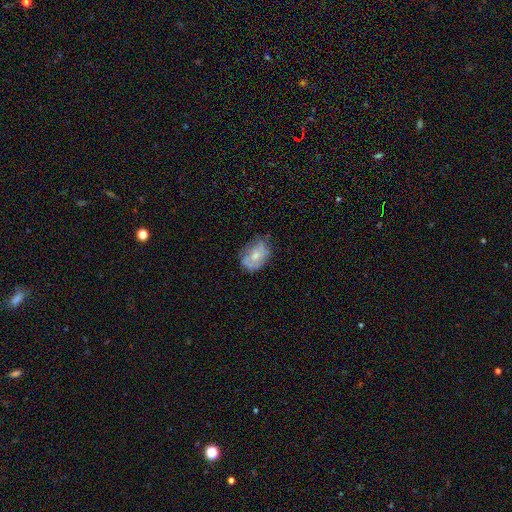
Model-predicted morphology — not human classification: Smooth or featured: smooth — 53% (featured or disk — 38%)
How rounded: in between — 76% (round — 23%)
Merging: none — 52% (minor disturbance — 31%)